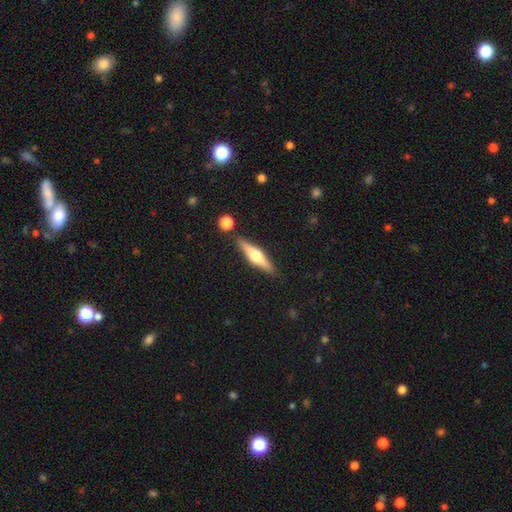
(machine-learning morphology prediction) featured or disk 60%, smooth 34%, star or artifact 6%. Down the decision tree: edge-on disk — yes (96%); edge-on bulge — rounded (92%); merging — none (86%).